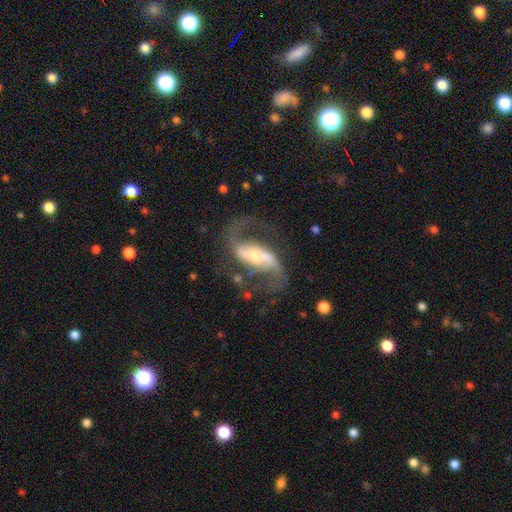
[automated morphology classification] Smooth or featured?
  - featured or disk: 90% *
  - smooth: 5%
  - star or artifact: 5%
Edge-on disk?
  - no: 96% *
  - yes: 4%
Bar?
  - strong: 61% *
  - weak: 28%
  - no: 11%
Spiral arms?
  - yes: 96% *
  - no: 4%
Spiral winding?
  - loose: 54% *
  - medium: 39%
  - tight: 7%
Spiral arm count?
  - 2: 93% *
  - 1: 2%
  - can't tell: 2%
  - 3: 1%
  - 4: 1%
  - more than 4: 1%
Bulge size?
  - moderate: 46% *
  - small: 40%
  - large: 9%
  - none: 3%
  - dominant: 2%
Merging?
  - none: 73% *
  - minor disturbance: 13%
  - major disturbance: 12%
  - merger: 3%